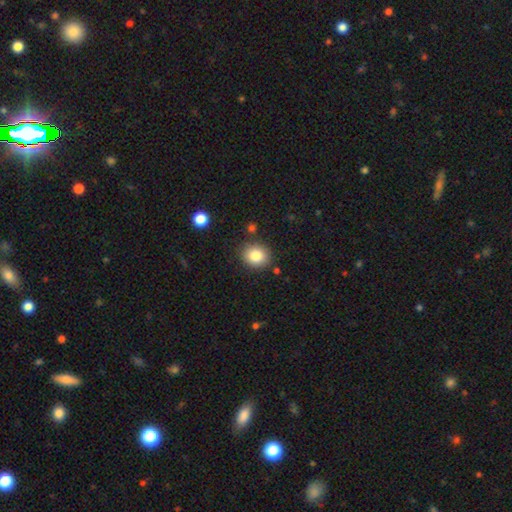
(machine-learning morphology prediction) This is clearly a smooth galaxy (83%). How rounded: likely round (75%). Merging: clearly none (86%).